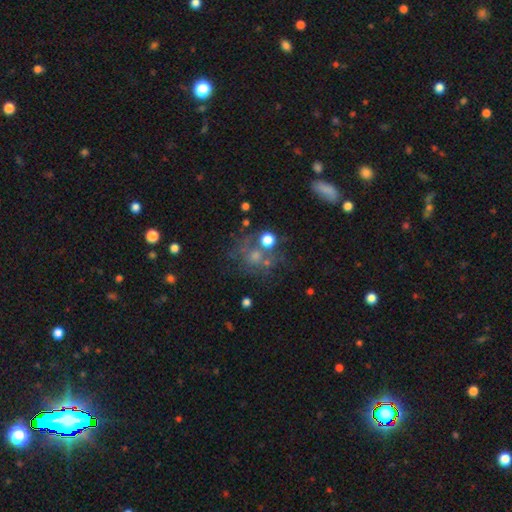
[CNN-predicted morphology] Smooth or featured: smooth — 38% (featured or disk — 32%)
Merging: none — 52% (merger — 17%)